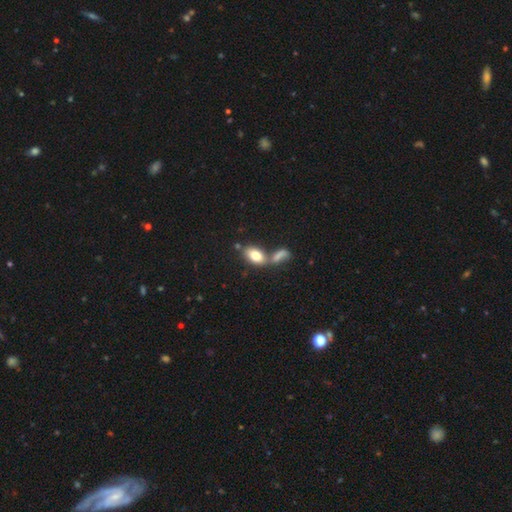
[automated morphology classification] type=smooth (79%); roundness=in between (89%); merging=merger (48%).